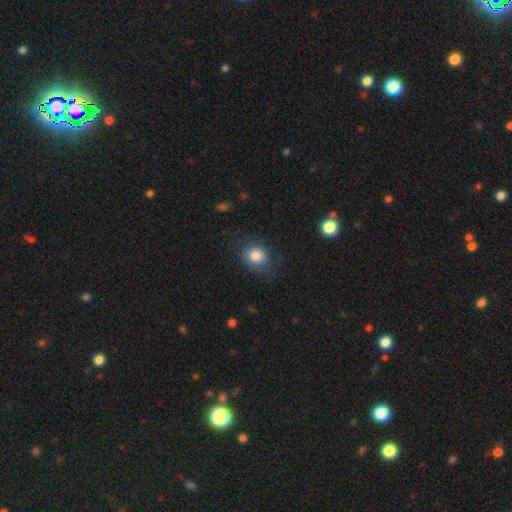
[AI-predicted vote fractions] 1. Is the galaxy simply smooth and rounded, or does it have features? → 72% smooth, 19% featured or disk, 8% star or artifact.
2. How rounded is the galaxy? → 50% round, 48% in between, 1% cigar-shaped.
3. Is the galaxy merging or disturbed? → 63% none, 22% minor disturbance, 14% major disturbance, 1% merger.